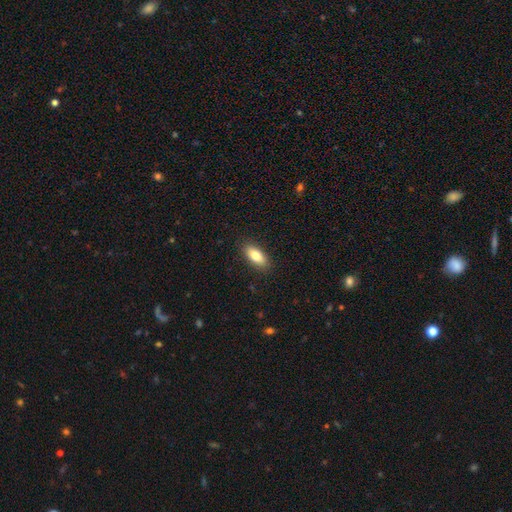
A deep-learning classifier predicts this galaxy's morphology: A smooth galaxy with no disk features (82%) that is in between round and cigar-shaped (84%).

Vote fractions:
- Smooth or featured? smooth: 82% / featured or disk: 11% / star or artifact: 7%
- How rounded? in between: 84% / cigar-shaped: 13% / round: 3%
- Merging? none: 88% / minor disturbance: 9% / major disturbance: 2% / merger: 1%